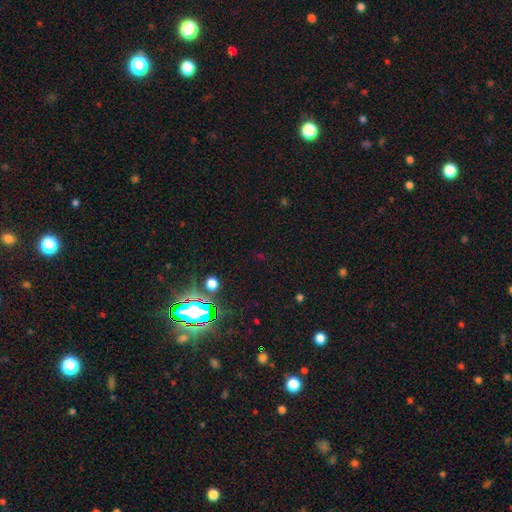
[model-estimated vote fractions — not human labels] This appears to be a star or artifact, not a galaxy (65%).